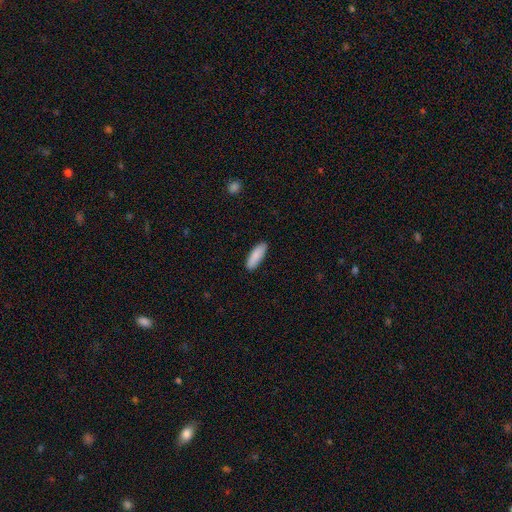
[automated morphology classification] This is clearly a smooth galaxy (86%). How rounded: likely in between (60%). Merging: clearly none (88%).